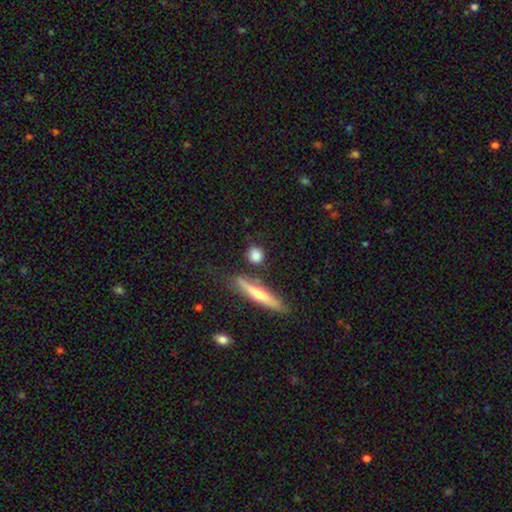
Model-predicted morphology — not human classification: This is likely a smooth galaxy (80%). How rounded: likely round (71%). Merging: likely none (75%).